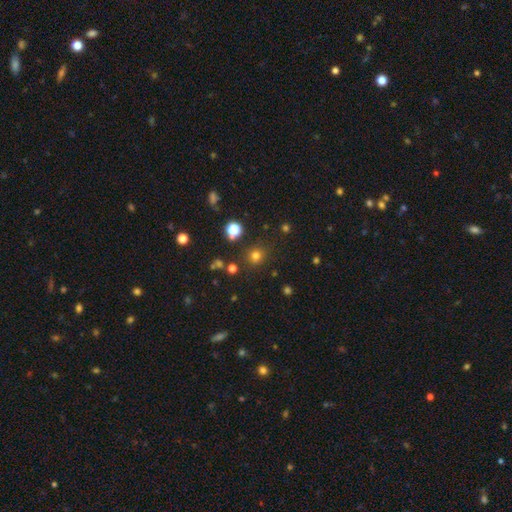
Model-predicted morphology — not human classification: Q: Smooth or featured?
A: smooth (73%); runner-up: star or artifact (21%)
Q: How rounded?
A: round (89%); runner-up: in between (10%)
Q: Merging?
A: none (85%); runner-up: minor disturbance (8%)